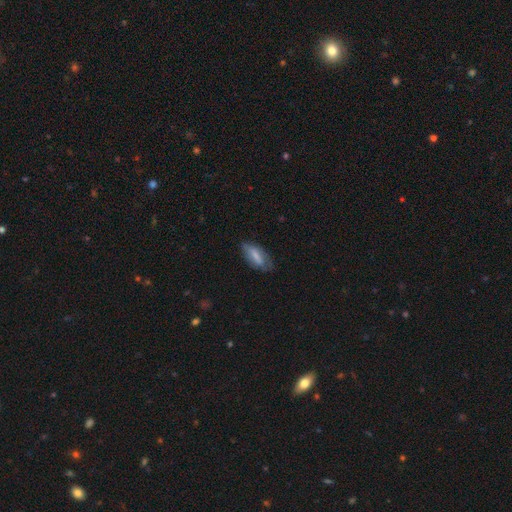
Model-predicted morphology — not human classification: type=smooth (63%); roundness=in between (73%); merging=none (66%).